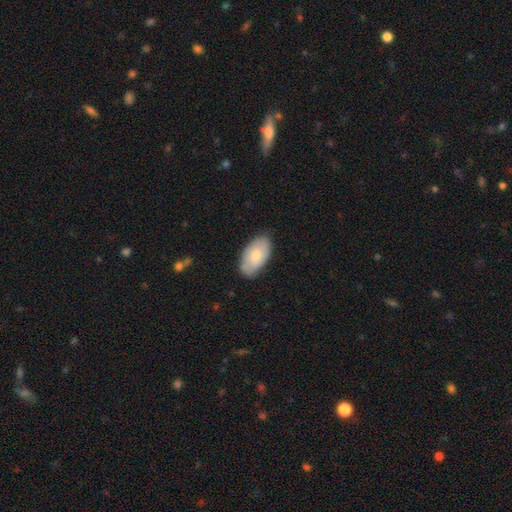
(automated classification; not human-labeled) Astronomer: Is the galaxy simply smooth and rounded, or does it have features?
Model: smooth — 71%.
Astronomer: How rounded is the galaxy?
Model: in between — 95%.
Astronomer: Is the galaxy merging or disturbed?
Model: none — 76%.